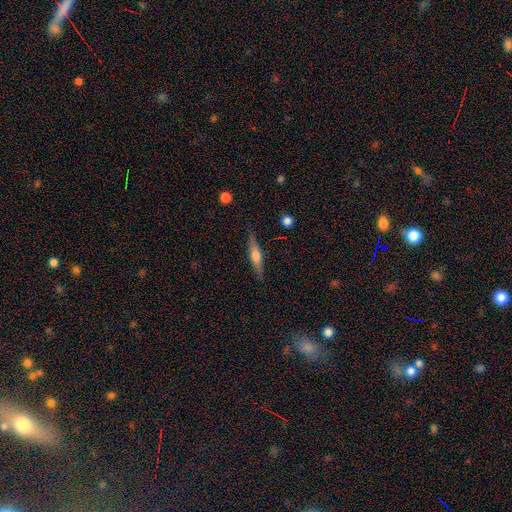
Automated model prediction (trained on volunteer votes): The model was most divided on "smooth or featured": featured or disk: 51%, smooth: 43%, star or artifact: 6%. More confident: edge-on disk — yes (94%); merging — none (85%).